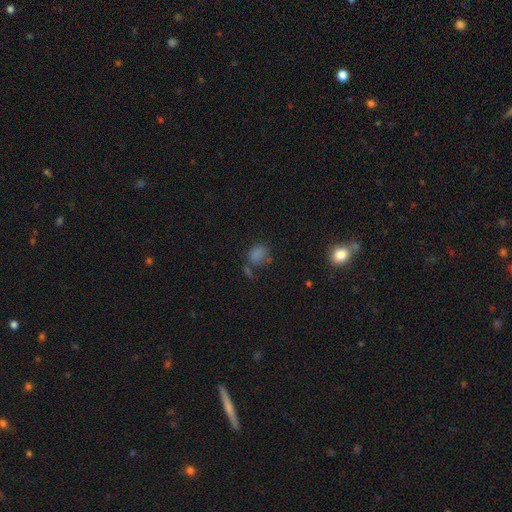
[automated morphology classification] Smooth or featured? Predicted: smooth (p=0.68). How rounded? Predicted: round (p=0.59). Merging? Predicted: none (p=0.56).